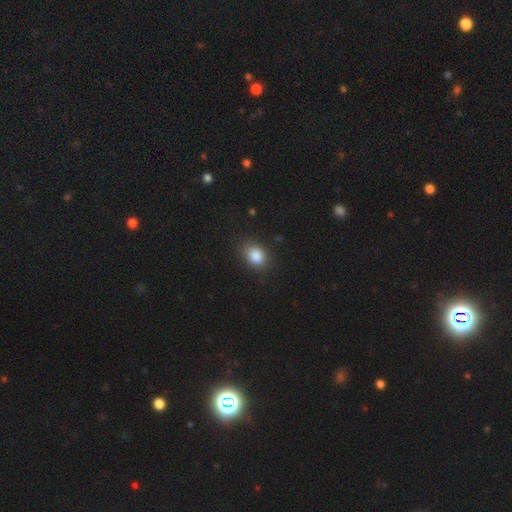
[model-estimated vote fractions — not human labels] Q: Smooth or featured?
A: smooth (86%); runner-up: star or artifact (9%)
Q: How rounded?
A: in between (64%); runner-up: round (35%)
Q: Merging?
A: none (82%); runner-up: minor disturbance (13%)